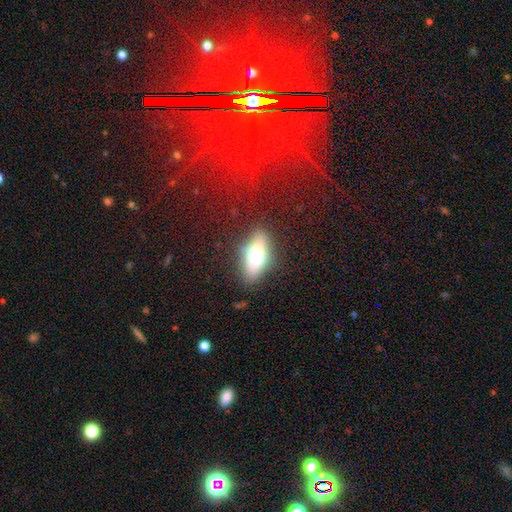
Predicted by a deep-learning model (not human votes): smooth-or-featured: smooth: 64% | featured or disk: 27% | star or artifact: 9%
  how-rounded: in between: 79% | cigar-shaped: 14% | round: 7%
  merging: none: 78% | minor disturbance: 15% | major disturbance: 6% | merger: 2%